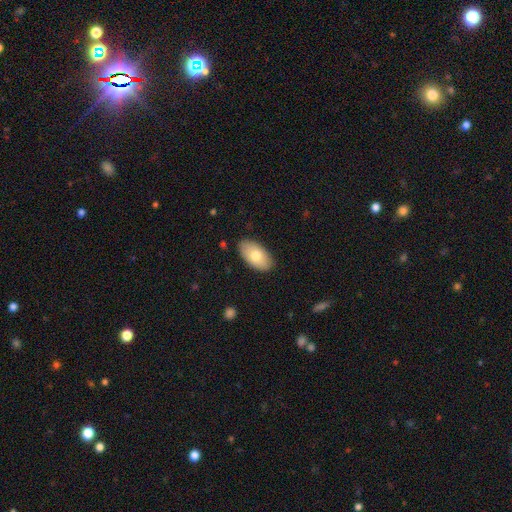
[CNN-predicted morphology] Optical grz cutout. It shows a smooth galaxy with no disk features (73%) that is in between round and cigar-shaped (94%). Merging: none (86%).